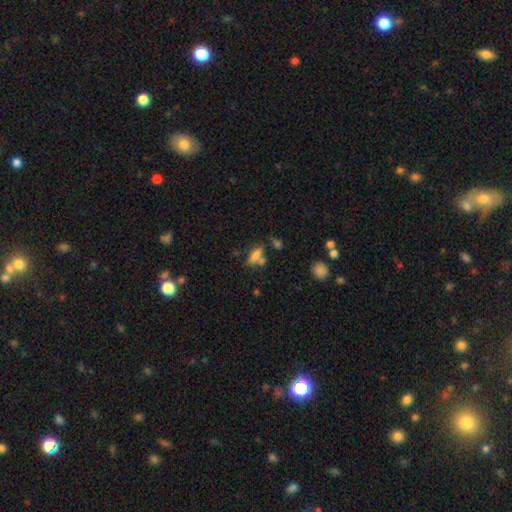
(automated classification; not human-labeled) Overall: smooth (70%). How rounded: in between (57%; cigar-shaped 39%). Merging: none (49%; merger 24%).